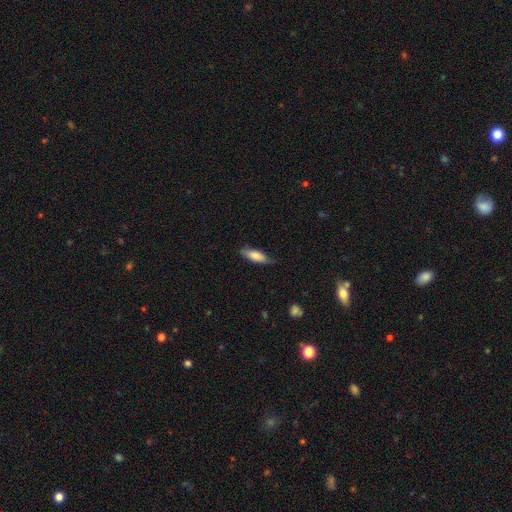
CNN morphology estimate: smooth_or_featured: smooth (p=0.76) [alt: featured or disk p=0.18]
how_rounded: in between (p=0.58) [alt: cigar-shaped p=0.40]
merging: none (p=0.74) [alt: minor disturbance p=0.21]